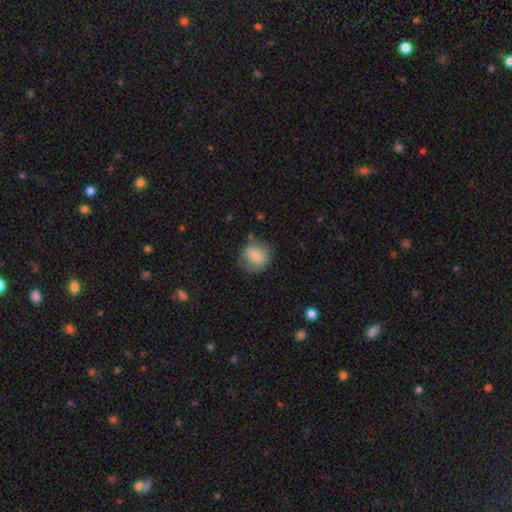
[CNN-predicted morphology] smooth-or-featured: smooth: 77% | featured or disk: 15% | star or artifact: 8%
  how-rounded: round: 83% | in between: 16% | cigar-shaped: 1%
  merging: none: 73% | minor disturbance: 19% | major disturbance: 6% | merger: 2%